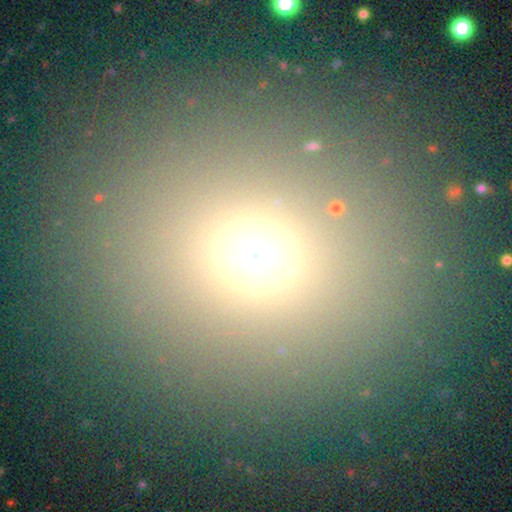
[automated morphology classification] This appears to be a smooth galaxy with no disk features (65%) that is round (74%). Merging: none (83%).